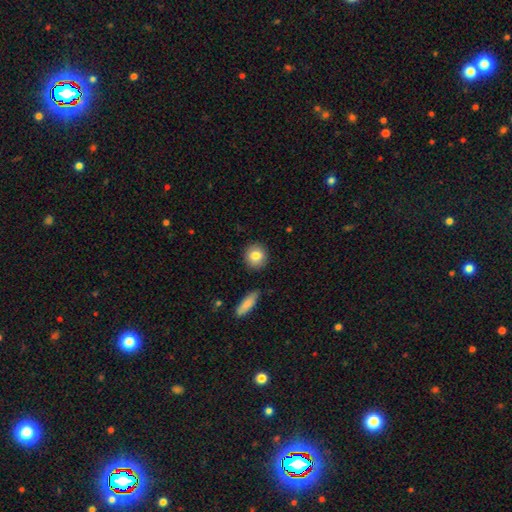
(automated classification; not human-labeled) smooth-or-featured: smooth: 82% | featured or disk: 10% | star or artifact: 8%
  how-rounded: round: 87% | in between: 11% | cigar-shaped: 2%
  merging: none: 88% | minor disturbance: 8% | merger: 2% | major disturbance: 2%